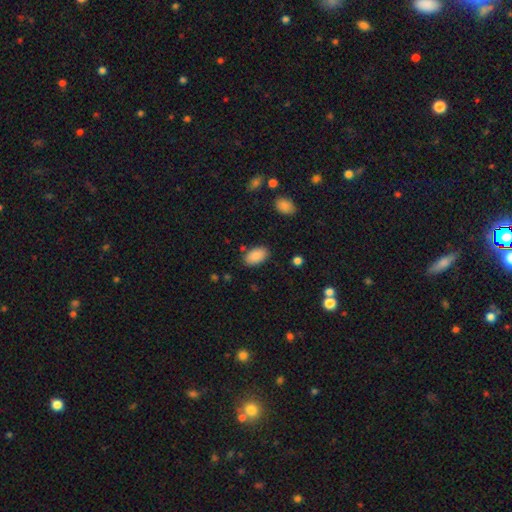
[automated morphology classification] Smooth or featured? smooth (87%)
How rounded? in between (94%)
Merging? none (84%)